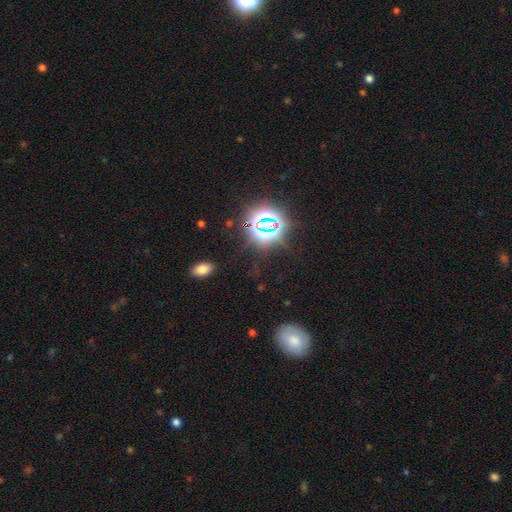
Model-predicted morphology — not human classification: Q: Smooth or featured?
A: star or artifact (73%); runner-up: smooth (18%)